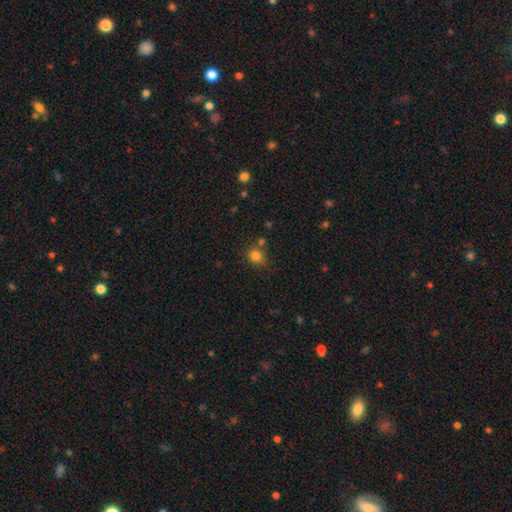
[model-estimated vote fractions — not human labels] smooth_or_featured: smooth (p=0.80) [alt: star or artifact p=0.14]
how_rounded: round (p=0.71) [alt: in between p=0.28]
merging: none (p=0.67) [alt: minor disturbance p=0.15]